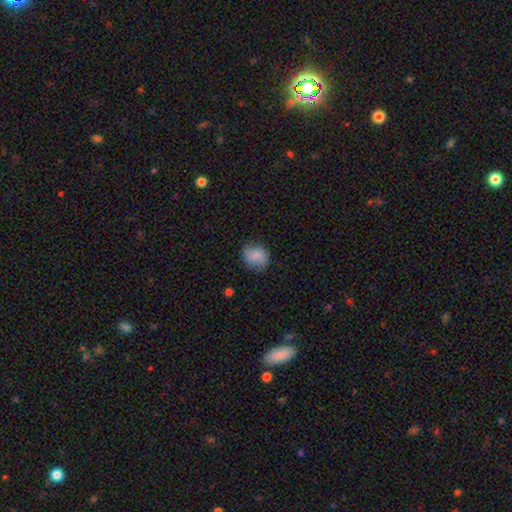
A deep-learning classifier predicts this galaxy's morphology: smooth_or_featured: smooth (p=0.79) [alt: featured or disk p=0.13]
how_rounded: round (p=0.65) [alt: in between p=0.34]
merging: none (p=0.81) [alt: minor disturbance p=0.15]